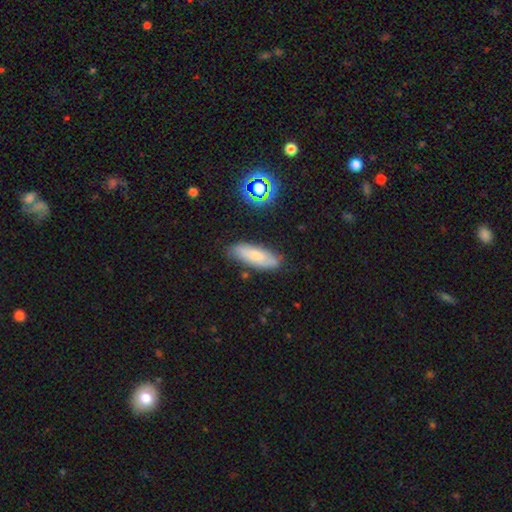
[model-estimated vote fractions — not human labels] smooth-or-featured: smooth: 68% | featured or disk: 23% | star or artifact: 9%
  how-rounded: in between: 60% | cigar-shaped: 37% | round: 2%
  merging: none: 80% | minor disturbance: 15% | major disturbance: 3% | merger: 2%